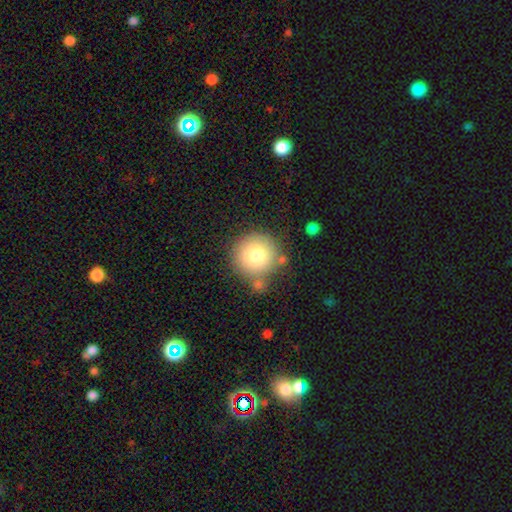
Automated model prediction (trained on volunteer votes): smooth 77%, featured or disk 13%, star or artifact 10%. Down the decision tree: how rounded — round (95%); merging — none (74%).